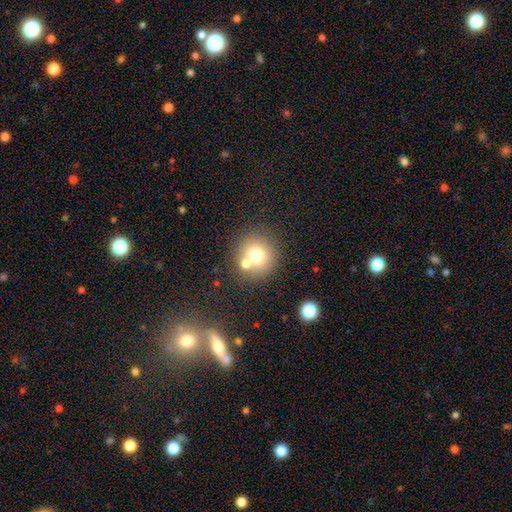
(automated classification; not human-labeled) smooth 71%, featured or disk 16%, star or artifact 13%. Down the decision tree: how rounded — round (89%); merging — none (63%).